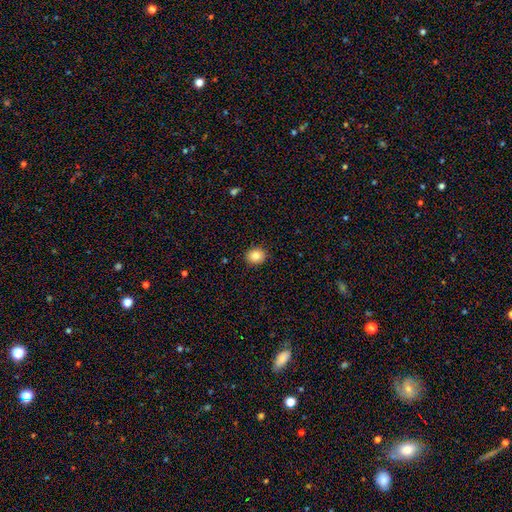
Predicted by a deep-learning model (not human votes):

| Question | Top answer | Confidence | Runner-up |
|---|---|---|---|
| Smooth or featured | smooth | 85% | star or artifact (9%) |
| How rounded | round | 71% | in between (29%) |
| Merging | none | 91% | minor disturbance (6%) |